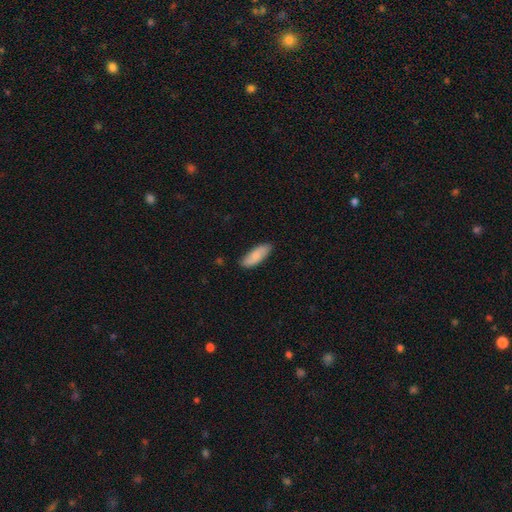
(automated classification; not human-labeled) Q: Smooth or featured?
A: smooth (81%); runner-up: featured or disk (13%)
Q: How rounded?
A: in between (70%); runner-up: cigar-shaped (28%)
Q: Merging?
A: none (83%); runner-up: minor disturbance (13%)